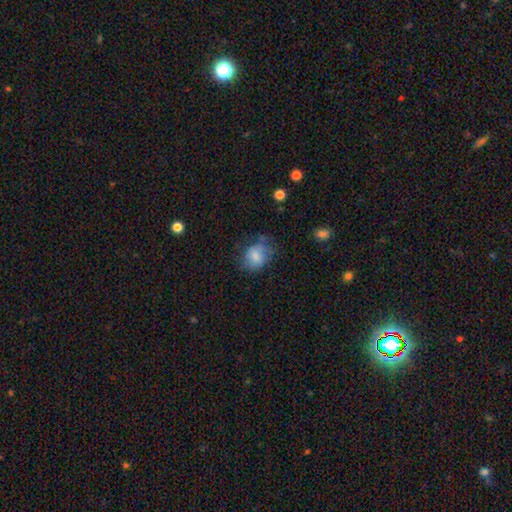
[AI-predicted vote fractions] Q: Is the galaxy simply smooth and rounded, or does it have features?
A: smooth — 72%.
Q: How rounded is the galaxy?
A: round — 53%.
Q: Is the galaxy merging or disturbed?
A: none — 47%.